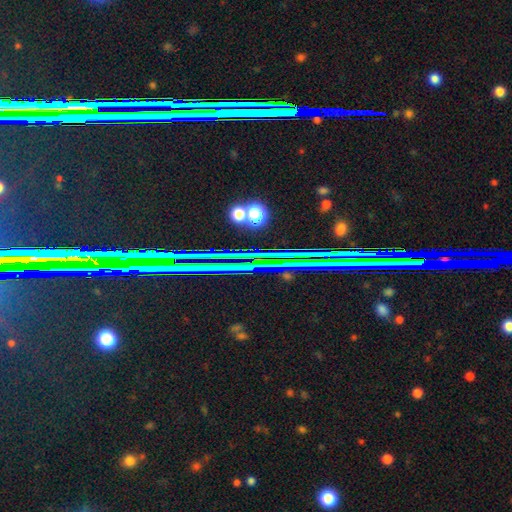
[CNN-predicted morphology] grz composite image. It shows a star or artifact, not a galaxy (82%).